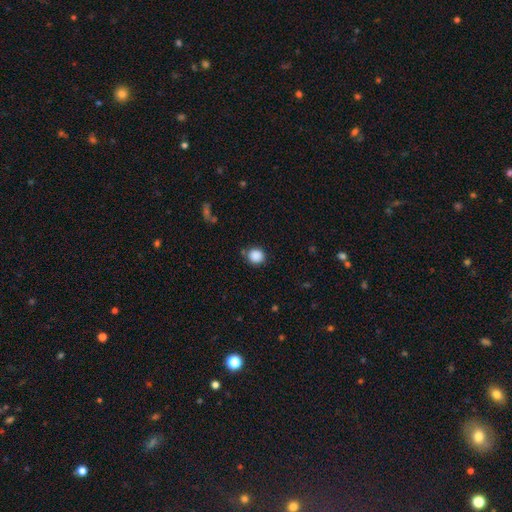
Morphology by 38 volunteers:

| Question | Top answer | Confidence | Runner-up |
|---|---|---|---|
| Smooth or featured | smooth | 92% | star or artifact (5%) |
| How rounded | round | 89% | in between (11%) |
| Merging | none | 89% | minor disturbance (6%) |